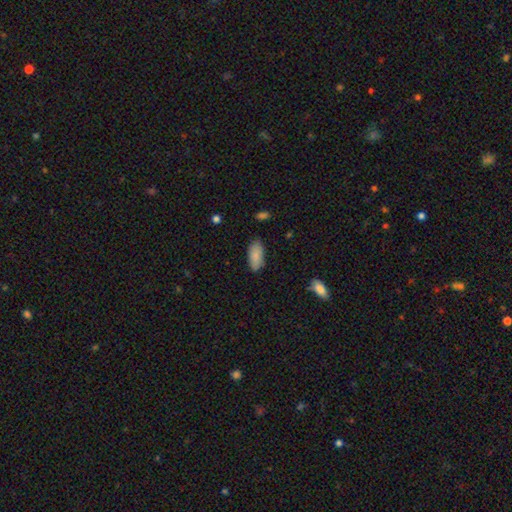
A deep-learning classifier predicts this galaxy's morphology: A smooth galaxy with no disk features (86%) that is in between round and cigar-shaped (89%). Merging: none (83%).